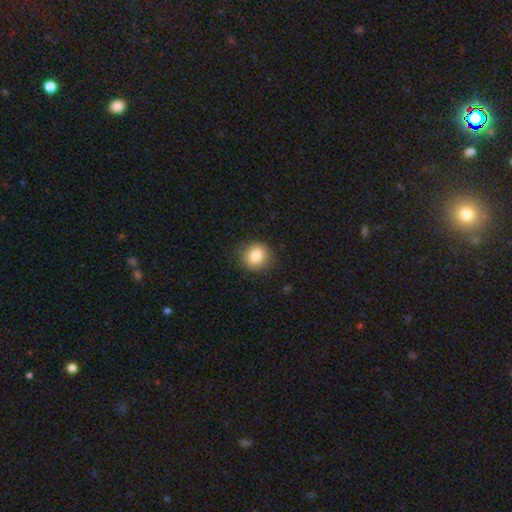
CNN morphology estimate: This appears to be a smooth galaxy with no disk features (84%) that is round (82%). Merging: none (86%).